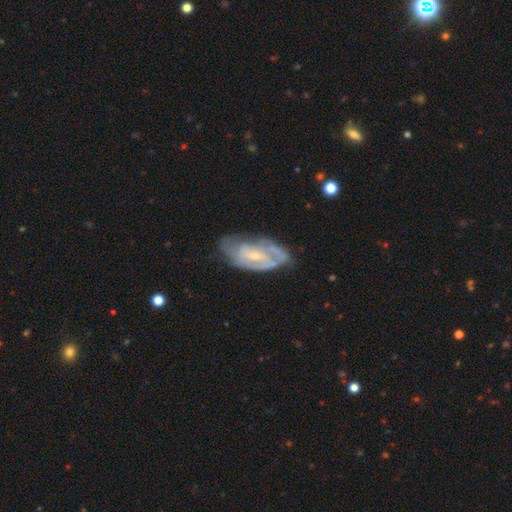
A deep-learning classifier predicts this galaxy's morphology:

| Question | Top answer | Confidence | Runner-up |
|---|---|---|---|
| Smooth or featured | featured or disk | 71% | smooth (23%) |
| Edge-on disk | no | 92% | yes (8%) |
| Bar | no | 50% | weak (40%) |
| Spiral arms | yes | 77% | no (23%) |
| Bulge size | small | 58% | moderate (29%) |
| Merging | none | 57% | minor disturbance (28%) |